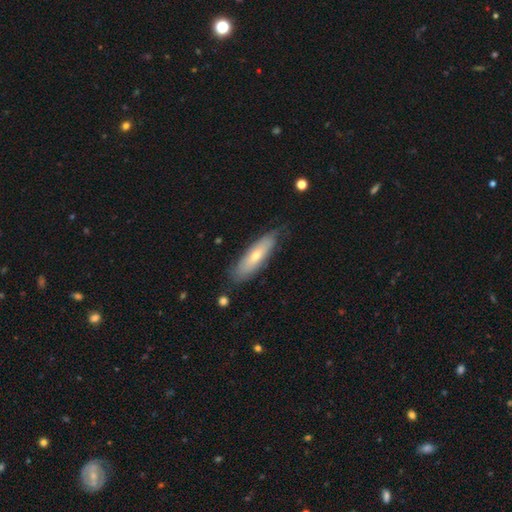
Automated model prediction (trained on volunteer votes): Q: Smooth or featured?
A: smooth (56%); runner-up: featured or disk (38%)
Q: How rounded?
A: cigar-shaped (54%); runner-up: in between (44%)
Q: Merging?
A: none (74%); runner-up: minor disturbance (20%)